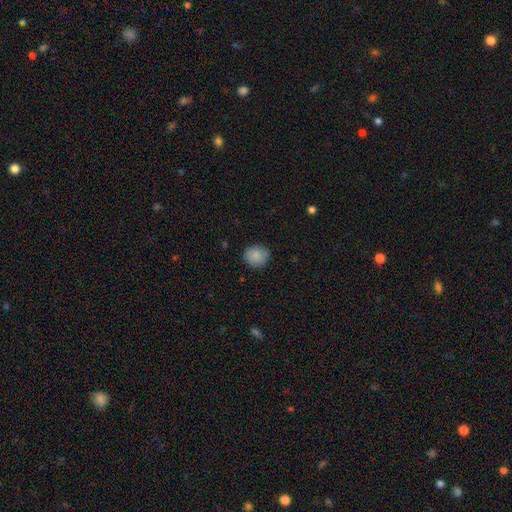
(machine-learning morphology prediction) A smooth galaxy with no disk features (87%) that is round (84%). Merging: none (87%).